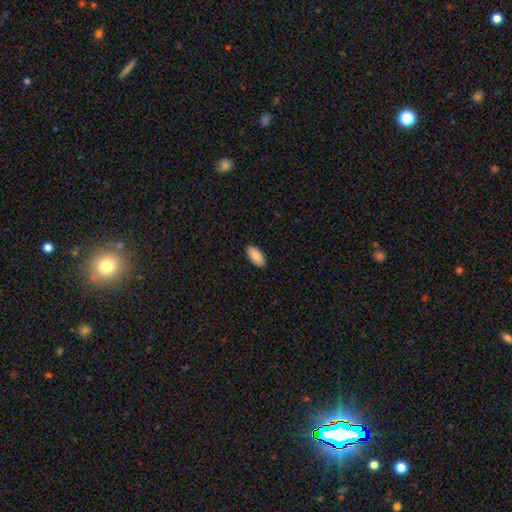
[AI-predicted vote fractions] Overall: smooth (89%). How rounded: in between (92%). Merging: none (89%).